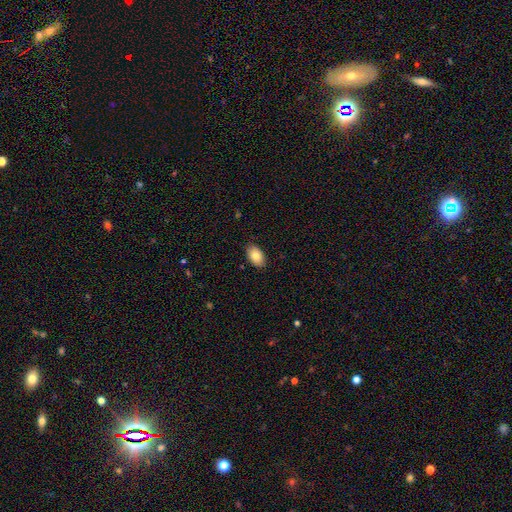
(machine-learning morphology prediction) A smooth galaxy with no disk features (83%) that is in between round and cigar-shaped (92%).

Vote fractions:
- Smooth or featured? smooth: 83% / featured or disk: 10% / star or artifact: 7%
- How rounded? in between: 92% / round: 7% / cigar-shaped: 1%
- Merging? none: 86% / minor disturbance: 11% / major disturbance: 2% / merger: 1%